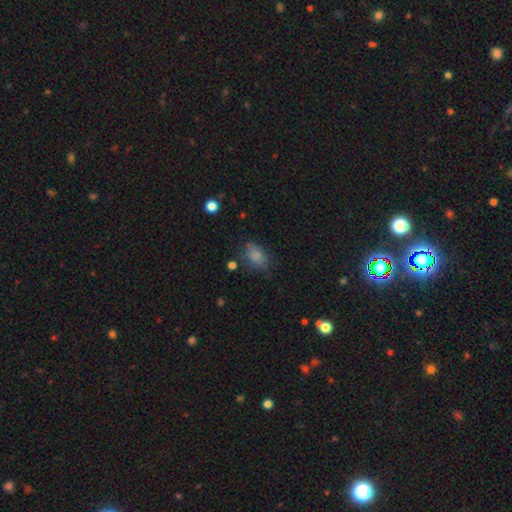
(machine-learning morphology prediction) Smooth or featured? Predicted: smooth (p=0.80). How rounded? Predicted: in between (p=0.84). Merging? Predicted: none (p=0.61).